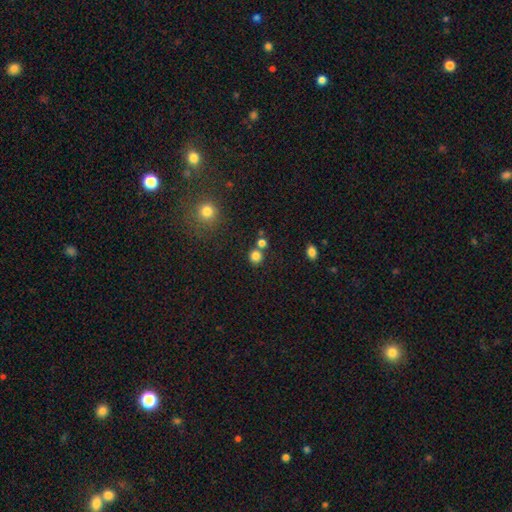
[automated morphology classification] Smooth or featured: smooth — 81% (star or artifact — 13%)
How rounded: round — 89% (in between — 10%)
Merging: none — 69% (merger — 20%)